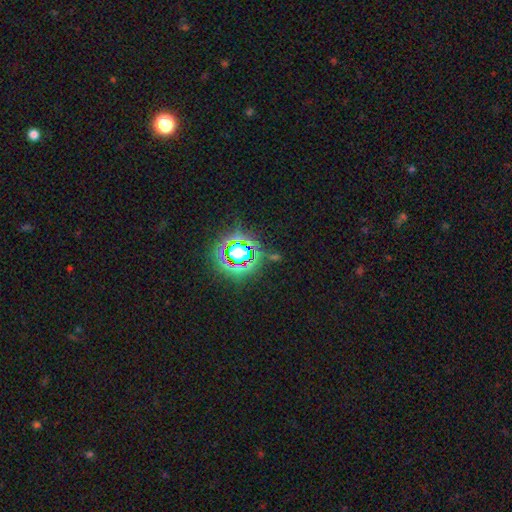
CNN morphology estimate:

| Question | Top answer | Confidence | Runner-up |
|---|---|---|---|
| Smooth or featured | star or artifact | 79% | smooth (14%) |